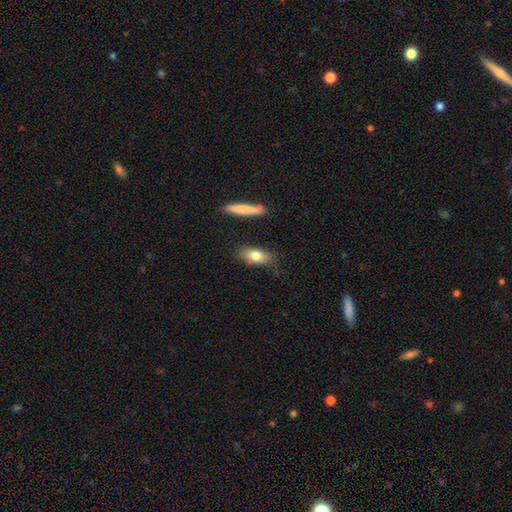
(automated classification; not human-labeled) This appears to be a smooth galaxy with no disk features (76%) that is in between round and cigar-shaped (69%). Merging: none (80%).